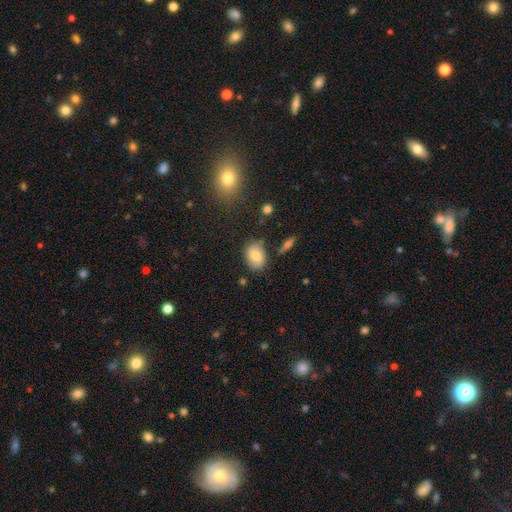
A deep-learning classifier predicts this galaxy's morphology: A smooth galaxy with no disk features (77%) that is in between round and cigar-shaped (79%).

Vote fractions:
- Smooth or featured? smooth: 77% / featured or disk: 14% / star or artifact: 8%
- How rounded? in between: 79% / round: 20% / cigar-shaped: 2%
- Merging? none: 78% / minor disturbance: 14% / merger: 4% / major disturbance: 3%